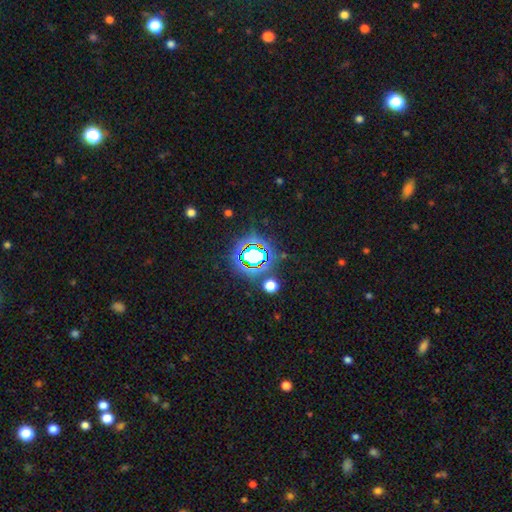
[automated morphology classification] type=star or artifact (77%).